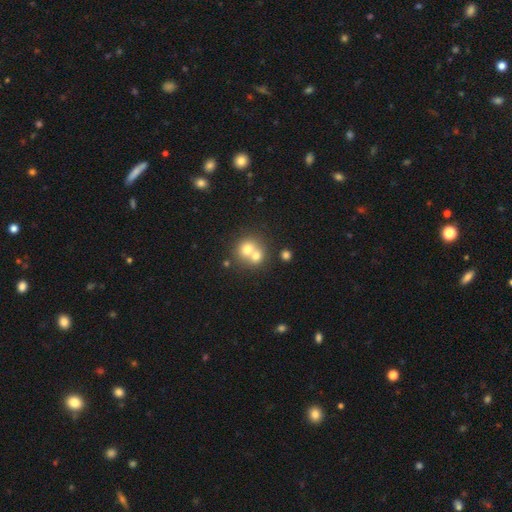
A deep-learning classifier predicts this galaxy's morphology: This is likely a smooth galaxy (69%). How rounded: likely round (79%). Merging: likely merger (63%).